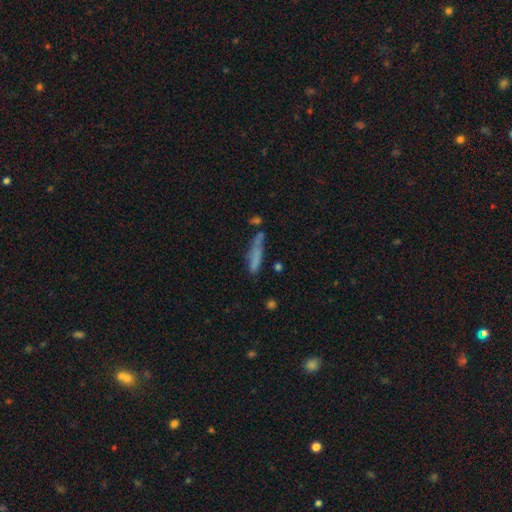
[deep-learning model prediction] smooth 67%, featured or disk 23%, star or artifact 10%. Down the decision tree: how rounded — cigar-shaped (85%); merging — none (56%).